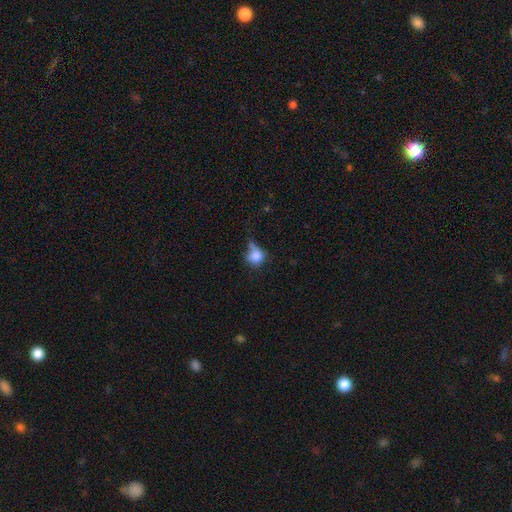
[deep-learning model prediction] smooth 76%, featured or disk 12%, star or artifact 12%. Down the decision tree: how rounded — round (73%); merging — none (41%).